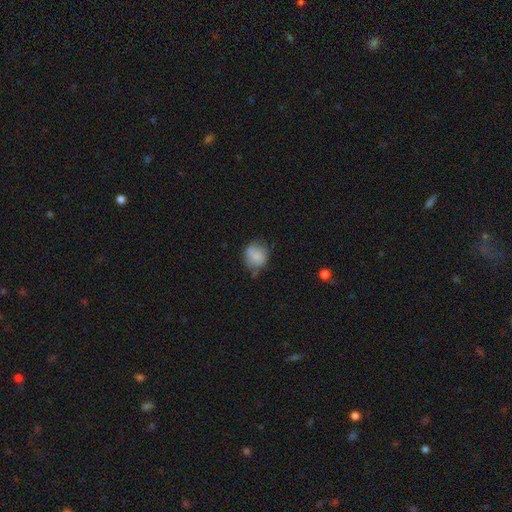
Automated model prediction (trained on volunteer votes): Smooth or featured? Predicted: smooth (p=0.78). How rounded? Predicted: round (p=0.76). Merging? Predicted: none (p=0.59).